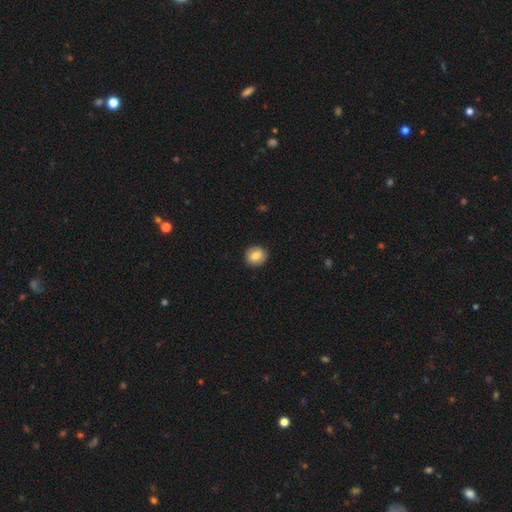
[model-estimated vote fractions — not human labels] Smooth or featured?
  - smooth: 80% *
  - featured or disk: 12%
  - star or artifact: 8%
How rounded?
  - round: 85% *
  - in between: 14%
  - cigar-shaped: 1%
Merging?
  - none: 90% *
  - minor disturbance: 7%
  - major disturbance: 2%
  - merger: 1%